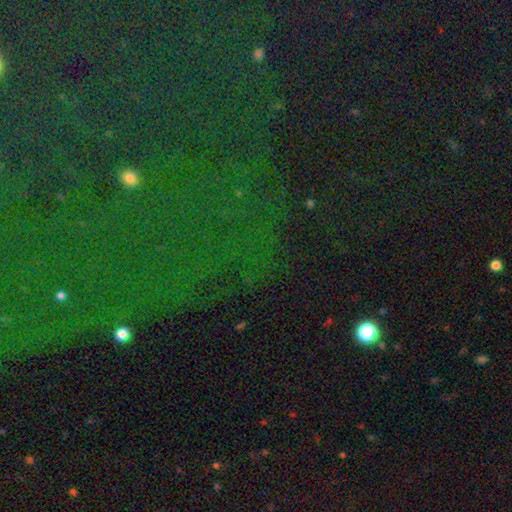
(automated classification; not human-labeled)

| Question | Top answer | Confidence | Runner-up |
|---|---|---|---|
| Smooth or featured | star or artifact | 84% | smooth (9%) |